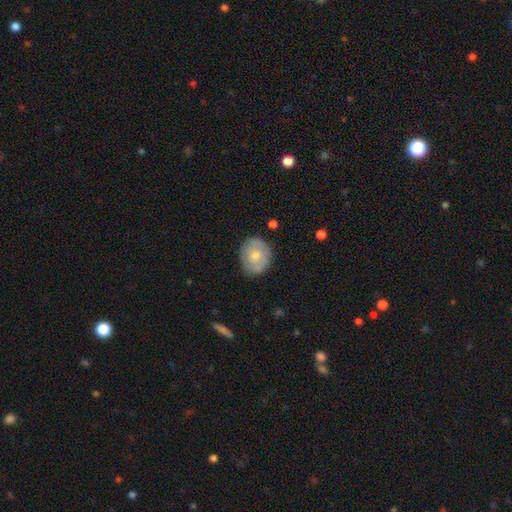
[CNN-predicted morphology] Smooth or featured? Predicted: smooth (p=0.63). How rounded? Predicted: round (p=0.71). Merging? Predicted: none (p=0.77).